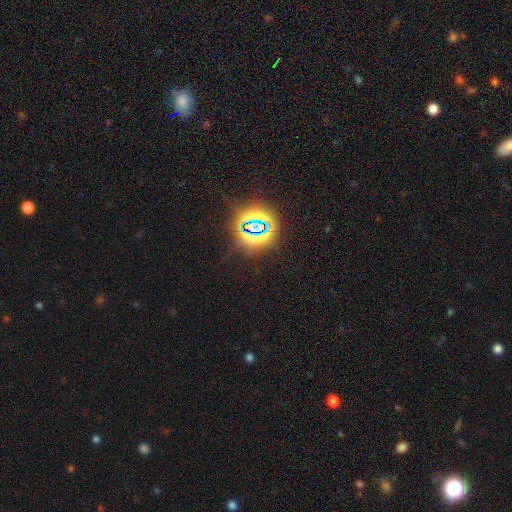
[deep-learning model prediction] Smooth or featured? Predicted: star or artifact (p=0.81).